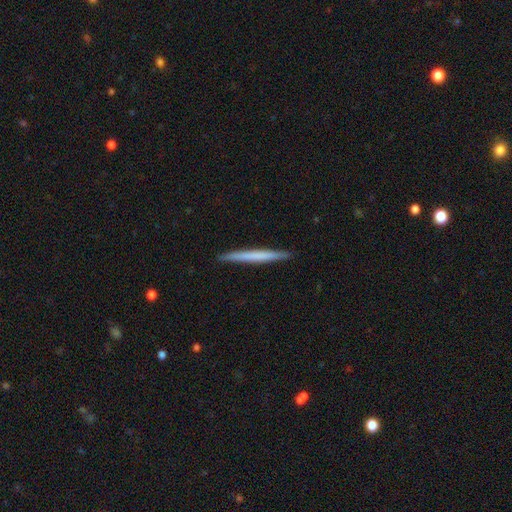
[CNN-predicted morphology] Smooth or featured: smooth — 57% (featured or disk — 38%)
How rounded: cigar-shaped — 97% (in between — 2%)
Merging: none — 92% (minor disturbance — 6%)